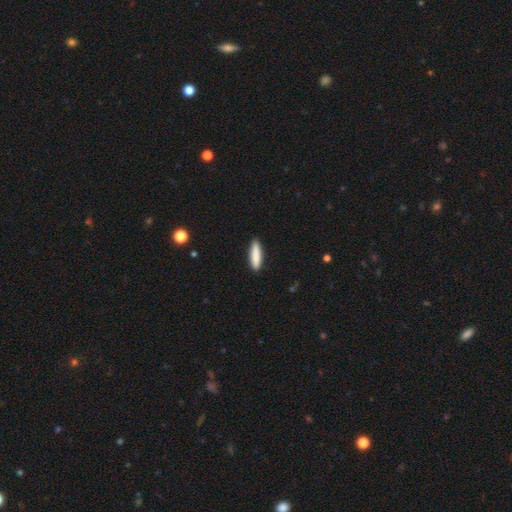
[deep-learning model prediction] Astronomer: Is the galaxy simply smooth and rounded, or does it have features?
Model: smooth — 85%.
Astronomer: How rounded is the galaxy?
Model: cigar-shaped — 73%.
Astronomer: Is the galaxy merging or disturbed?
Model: none — 89%.